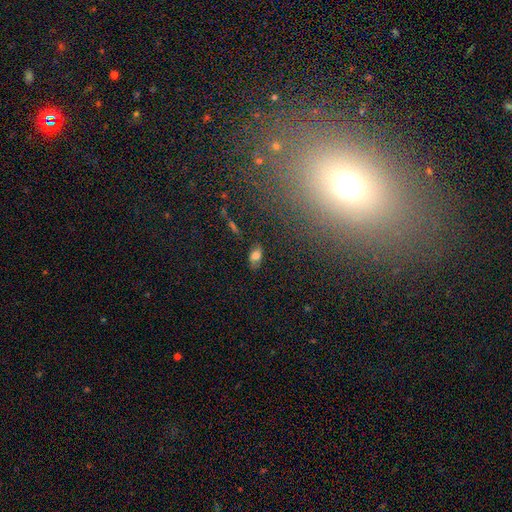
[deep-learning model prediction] smooth 76%, featured or disk 12%, star or artifact 11%. Down the decision tree: how rounded — in between (89%); merging — none (75%).